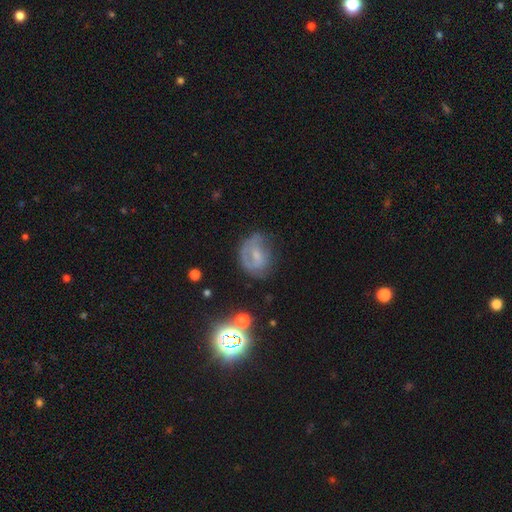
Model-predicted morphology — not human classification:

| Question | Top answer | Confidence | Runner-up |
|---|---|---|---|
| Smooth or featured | featured or disk | 50% | smooth (36%) |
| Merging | none | 49% | minor disturbance (29%) |